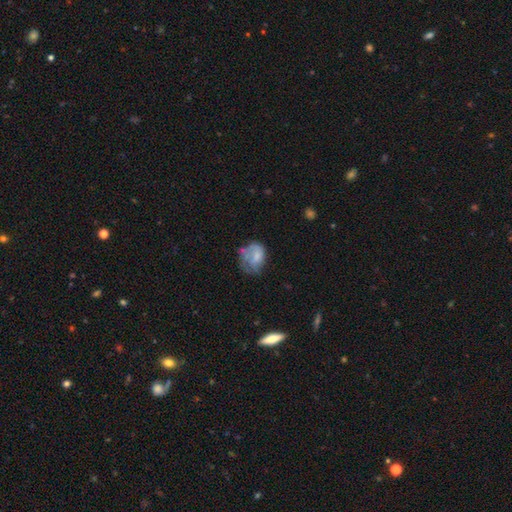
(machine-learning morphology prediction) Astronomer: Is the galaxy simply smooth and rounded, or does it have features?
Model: smooth — 57% (runner-up: featured or disk, 34%).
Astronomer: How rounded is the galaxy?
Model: in between — 56% (runner-up: round, 42%).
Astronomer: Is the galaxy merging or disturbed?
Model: none — 34% (runner-up: minor disturbance, 32%).